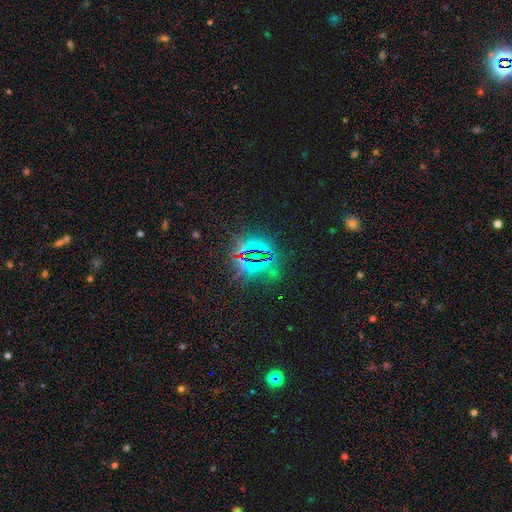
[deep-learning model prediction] A star or artifact, not a galaxy (79%).

Vote fractions:
- Smooth or featured? star or artifact: 79% / smooth: 12% / featured or disk: 8%